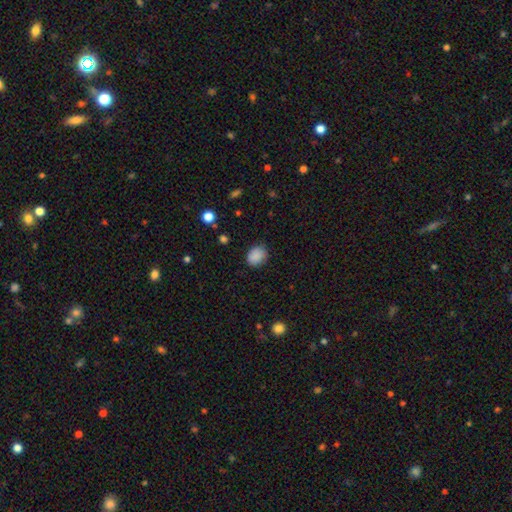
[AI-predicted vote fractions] Smooth or featured? Predicted: smooth (p=0.87). How rounded? Predicted: round (p=0.52). Merging? Predicted: none (p=0.80).